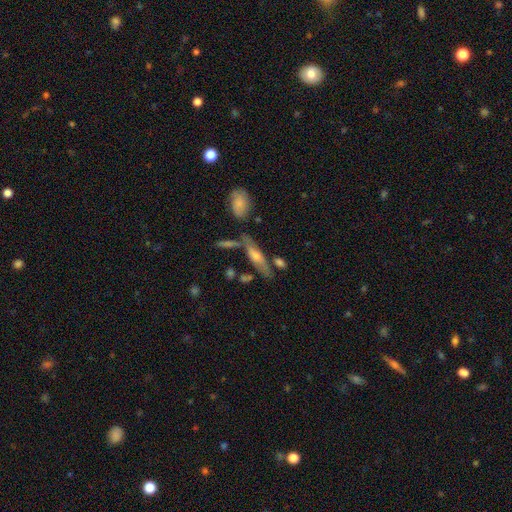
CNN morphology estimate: Smooth or featured?
  - featured or disk: 53% *
  - smooth: 39%
  - star or artifact: 8%
Edge-on disk?
  - yes: 83% *
  - no: 17%
Merging?
  - none: 68% *
  - minor disturbance: 15%
  - merger: 12%
  - major disturbance: 5%